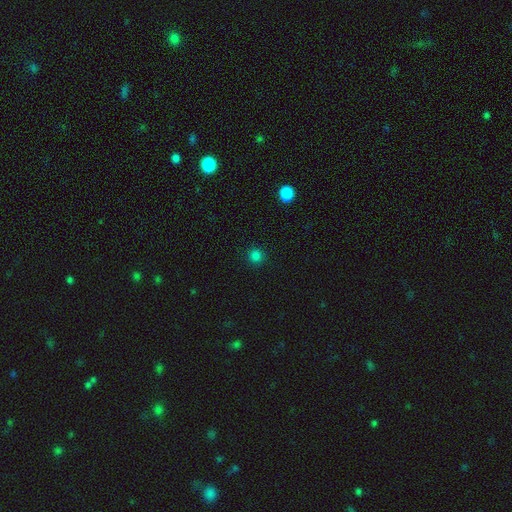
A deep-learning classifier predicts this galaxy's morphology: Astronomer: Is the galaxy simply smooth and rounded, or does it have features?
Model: smooth — 81%.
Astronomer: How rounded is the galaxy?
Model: round — 93%.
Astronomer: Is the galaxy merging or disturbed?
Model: none — 91%.